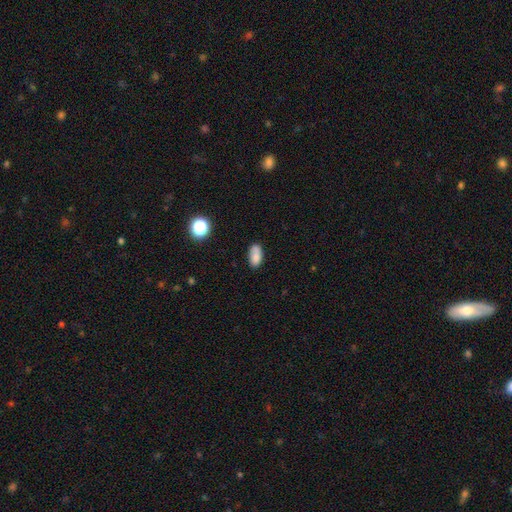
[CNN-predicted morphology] smooth 79%, featured or disk 11%, star or artifact 10%. Down the decision tree: how rounded — in between (87%); merging — none (66%).